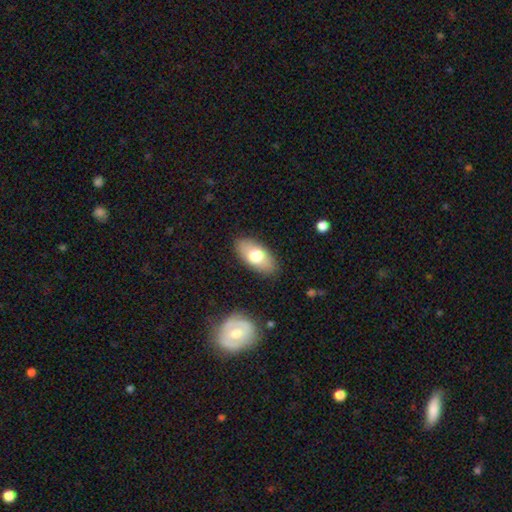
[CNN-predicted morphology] Q: Smooth or featured?
A: smooth (70%); runner-up: featured or disk (24%)
Q: How rounded?
A: in between (91%); runner-up: cigar-shaped (5%)
Q: Merging?
A: none (86%); runner-up: minor disturbance (10%)